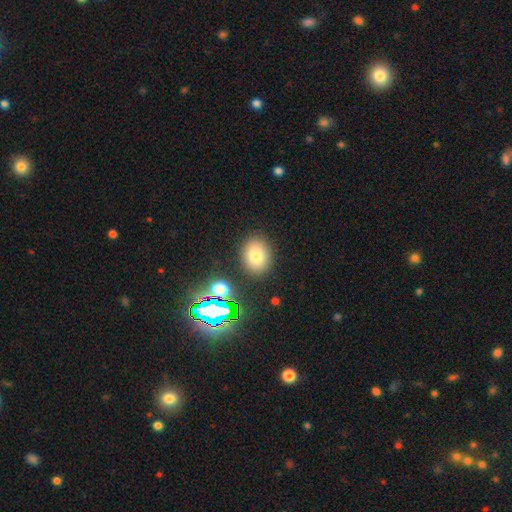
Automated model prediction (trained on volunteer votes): Smooth or featured: smooth — 75% (star or artifact — 15%)
How rounded: in between — 53% (round — 46%)
Merging: none — 86% (minor disturbance — 9%)